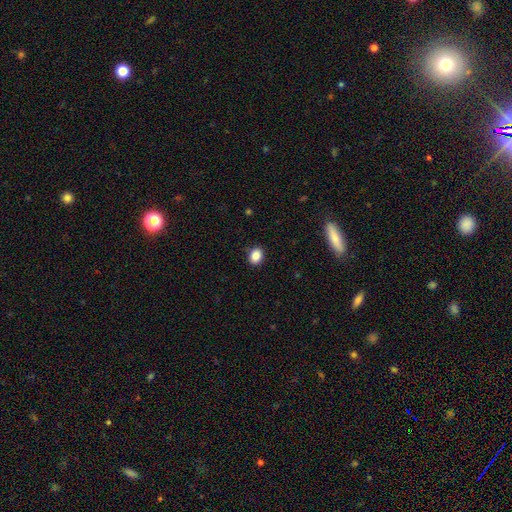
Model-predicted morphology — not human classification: Smooth or featured: smooth — 87% (star or artifact — 9%)
How rounded: in between — 53% (round — 46%)
Merging: none — 88% (minor disturbance — 9%)